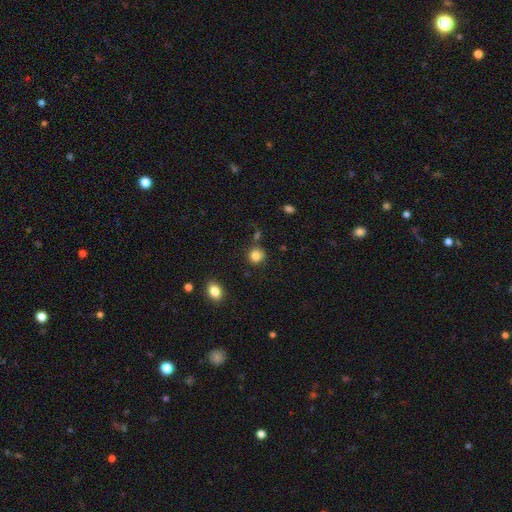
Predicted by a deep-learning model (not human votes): This appears to be a smooth galaxy with no disk features (84%) that is round (87%). Merging: none (79%).